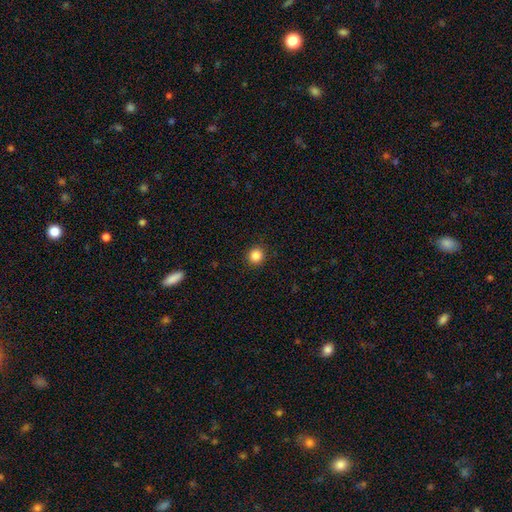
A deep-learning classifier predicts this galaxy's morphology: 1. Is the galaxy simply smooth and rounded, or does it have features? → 86% smooth, 11% star or artifact, 4% featured or disk.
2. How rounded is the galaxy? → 93% round, 6% in between, 1% cigar-shaped.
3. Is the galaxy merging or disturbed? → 92% none, 5% minor disturbance, 2% major disturbance, 1% merger.